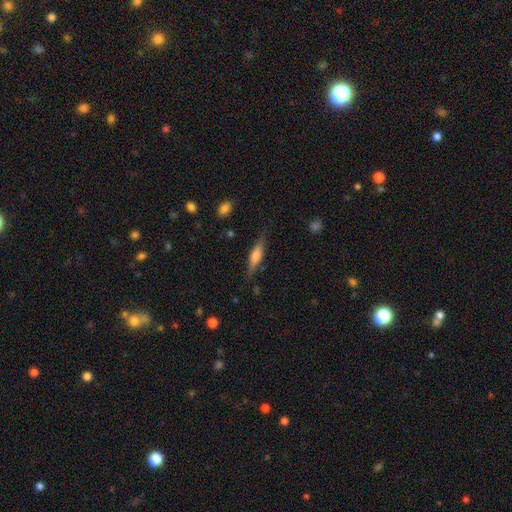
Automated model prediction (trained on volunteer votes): Smooth or featured?
  - smooth: 54% *
  - featured or disk: 40%
  - star or artifact: 7%
How rounded?
  - cigar-shaped: 73% *
  - in between: 25%
  - round: 2%
Merging?
  - none: 80% *
  - minor disturbance: 14%
  - major disturbance: 4%
  - merger: 2%